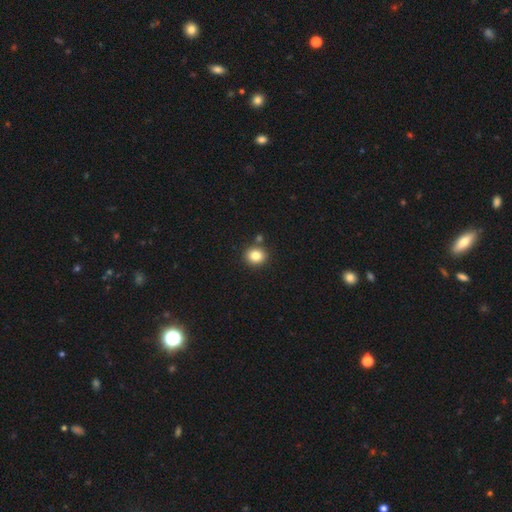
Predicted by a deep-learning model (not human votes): Q: Smooth or featured?
A: smooth (83%); runner-up: star or artifact (11%)
Q: How rounded?
A: round (82%); runner-up: in between (17%)
Q: Merging?
A: none (83%); runner-up: minor disturbance (8%)